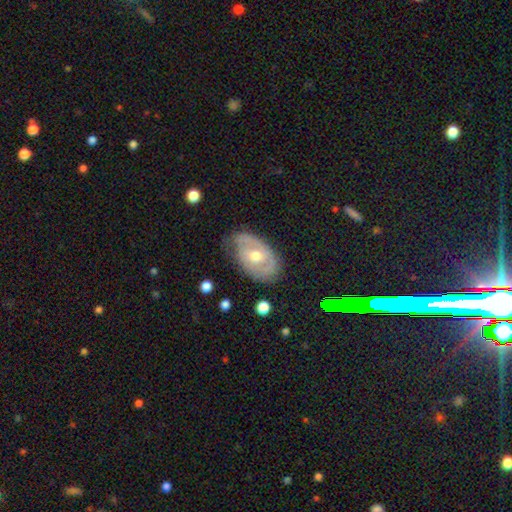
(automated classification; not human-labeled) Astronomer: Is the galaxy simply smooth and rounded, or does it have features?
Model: featured or disk — 65%.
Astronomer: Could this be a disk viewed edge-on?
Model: no — 93%.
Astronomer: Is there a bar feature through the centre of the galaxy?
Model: no — 55% (runner-up: weak, 34%).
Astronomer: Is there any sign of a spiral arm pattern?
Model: yes — 67%.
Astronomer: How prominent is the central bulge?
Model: moderate — 66%.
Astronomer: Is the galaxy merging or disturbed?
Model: none — 64%.